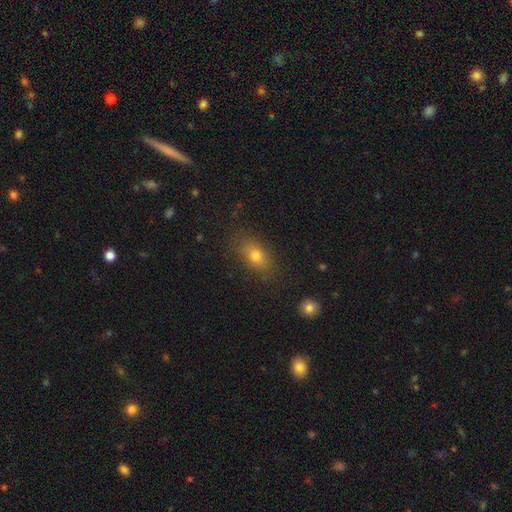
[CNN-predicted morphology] type=smooth (75%); roundness=in between (79%); merging=none (80%).